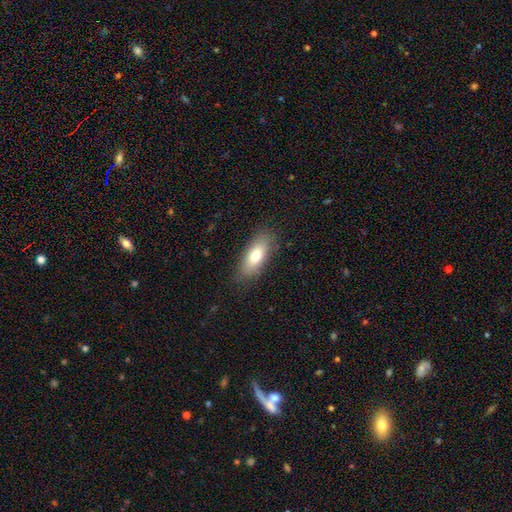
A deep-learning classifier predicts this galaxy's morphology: A smooth galaxy with no disk features (74%) that is in between round and cigar-shaped (75%). Merging: none (84%).